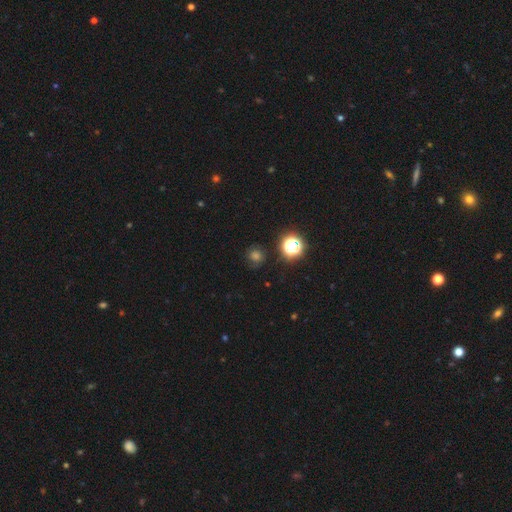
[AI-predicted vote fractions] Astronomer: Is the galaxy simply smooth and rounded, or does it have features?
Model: smooth — 56% (runner-up: star or artifact, 37%).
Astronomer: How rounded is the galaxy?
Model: round — 90%.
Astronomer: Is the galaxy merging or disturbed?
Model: none — 85%.